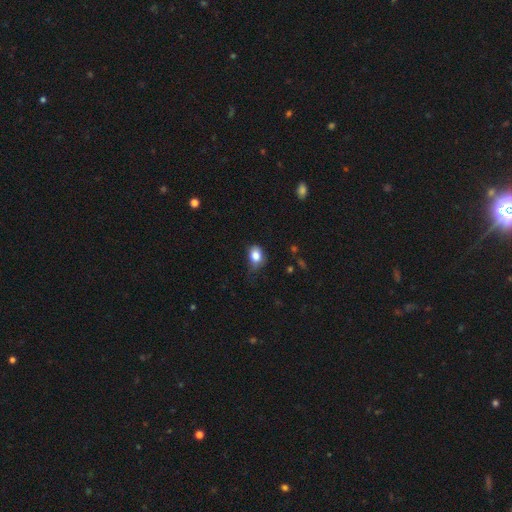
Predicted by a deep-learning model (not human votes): Q: Smooth or featured?
A: smooth (82%); runner-up: star or artifact (10%)
Q: How rounded?
A: in between (62%); runner-up: round (37%)
Q: Merging?
A: none (49%); runner-up: minor disturbance (37%)